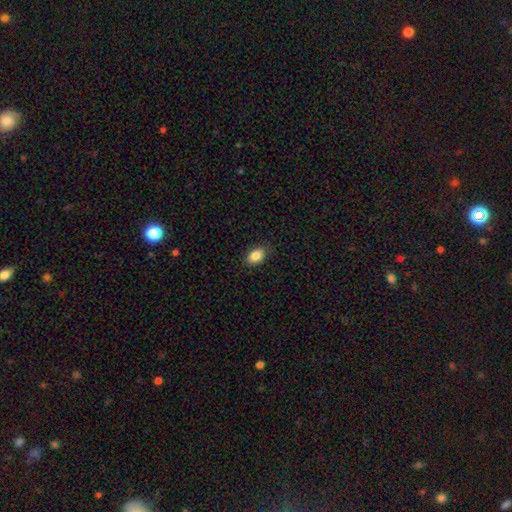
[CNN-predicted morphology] Smooth or featured?
  - smooth: 86% *
  - star or artifact: 8%
  - featured or disk: 6%
How rounded?
  - in between: 84% *
  - round: 15%
  - cigar-shaped: 1%
Merging?
  - none: 85% *
  - minor disturbance: 12%
  - major disturbance: 3%
  - merger: 1%